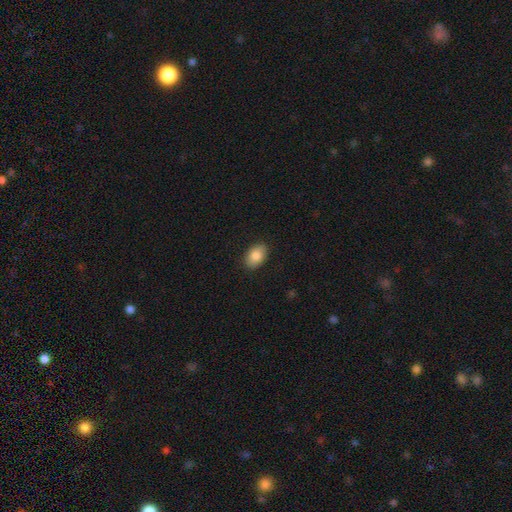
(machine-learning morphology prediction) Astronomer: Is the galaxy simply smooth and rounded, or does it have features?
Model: smooth — 85%.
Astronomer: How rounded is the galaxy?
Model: in between — 86%.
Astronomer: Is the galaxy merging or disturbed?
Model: none — 89%.